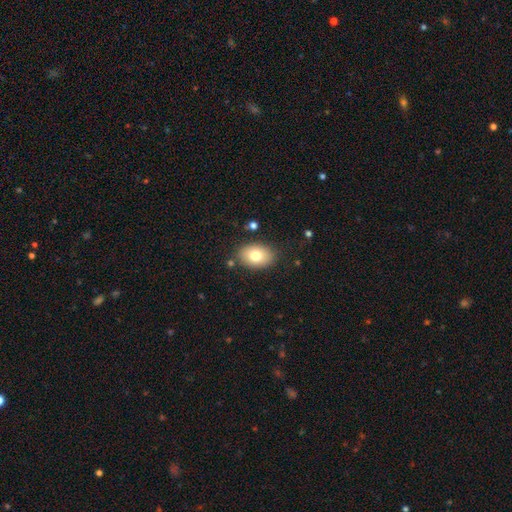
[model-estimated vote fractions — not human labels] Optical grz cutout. It shows a smooth galaxy with no disk features (76%) that is in between round and cigar-shaped (82%). Merging: none (84%).